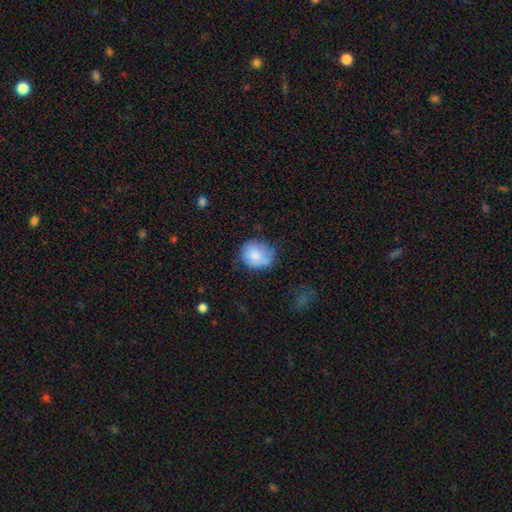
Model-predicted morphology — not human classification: Overall: smooth (79%). How rounded: round (69%; in between 30%). Merging: none (55%; minor disturbance 32%).